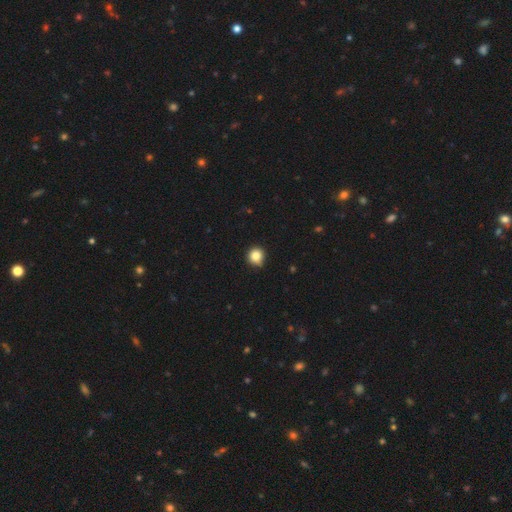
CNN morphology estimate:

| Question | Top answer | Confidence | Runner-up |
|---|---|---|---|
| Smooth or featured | smooth | 84% | star or artifact (11%) |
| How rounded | round | 92% | in between (7%) |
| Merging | none | 79% | minor disturbance (17%) |